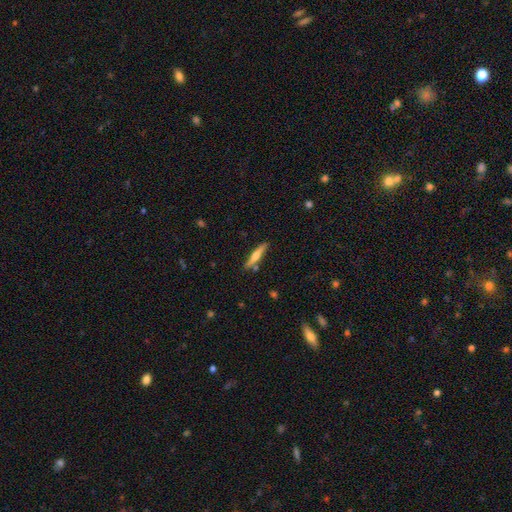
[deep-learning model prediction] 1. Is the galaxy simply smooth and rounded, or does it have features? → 48% smooth, 46% featured or disk, 6% star or artifact.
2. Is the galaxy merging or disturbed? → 84% none, 10% minor disturbance, 4% merger, 2% major disturbance.